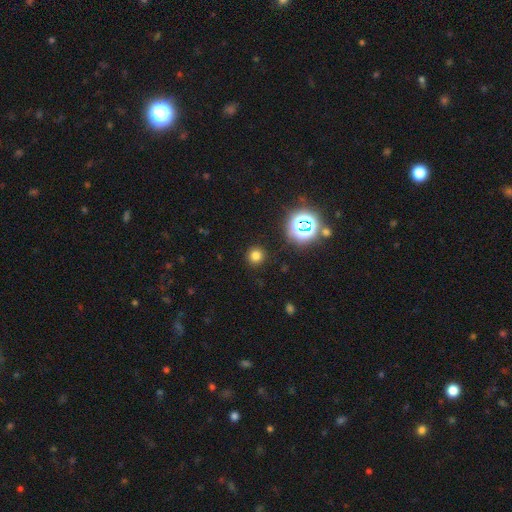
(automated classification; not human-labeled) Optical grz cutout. It shows a smooth galaxy with no disk features (72%) that is round (93%). Merging: none (90%).